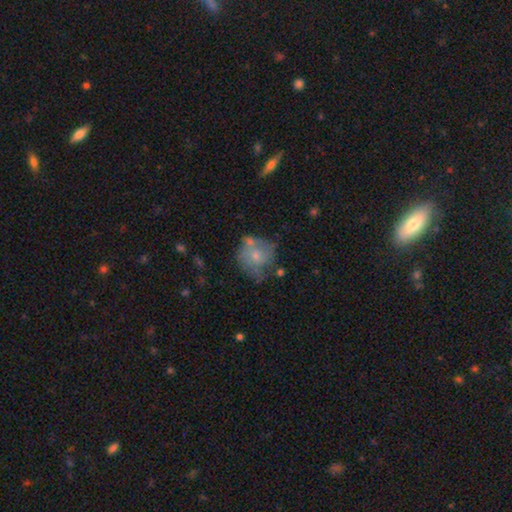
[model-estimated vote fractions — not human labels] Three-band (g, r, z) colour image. It shows a smooth galaxy with no disk features (56%) that is round (81%). Merging: none (47%).